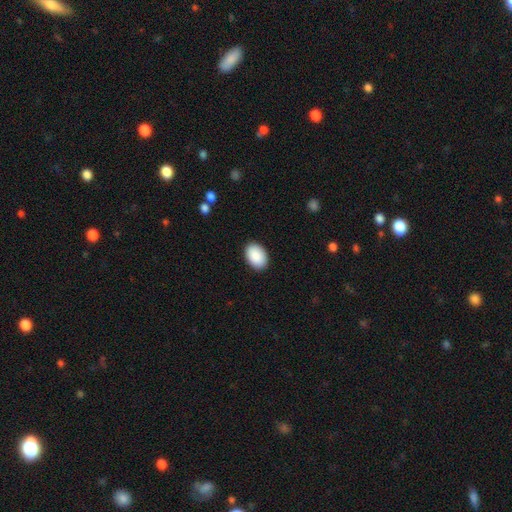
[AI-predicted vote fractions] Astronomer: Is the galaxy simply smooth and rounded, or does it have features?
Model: smooth — 91%.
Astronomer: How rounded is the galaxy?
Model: in between — 88%.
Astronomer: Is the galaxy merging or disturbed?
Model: none — 90%.